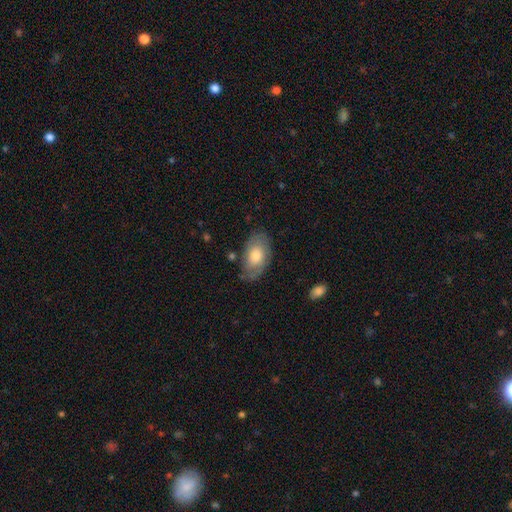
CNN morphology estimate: This appears to be a smooth galaxy with no disk features (60%) that is in between round and cigar-shaped (92%). Merging: none (72%).